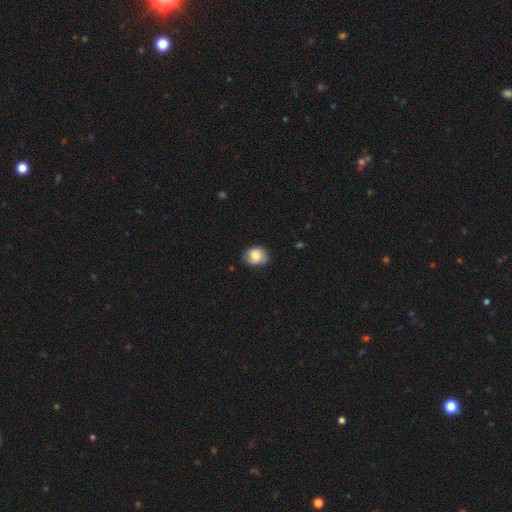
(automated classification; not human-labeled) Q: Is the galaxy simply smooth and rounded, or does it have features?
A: smooth — 74%.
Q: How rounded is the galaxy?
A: round — 53%.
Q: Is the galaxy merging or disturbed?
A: none — 73%.